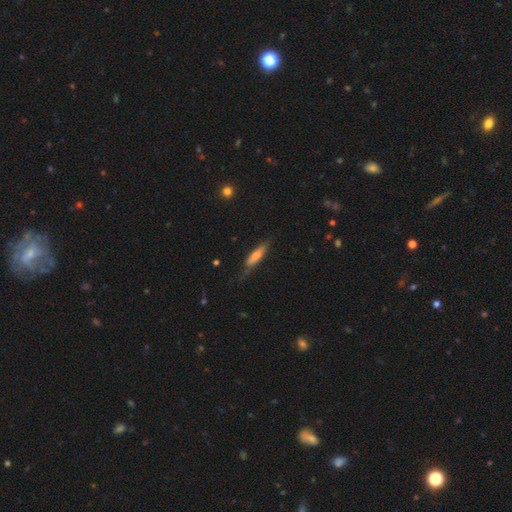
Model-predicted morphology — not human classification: type=smooth (61%); roundness=cigar-shaped (73%); merging=none (66%).